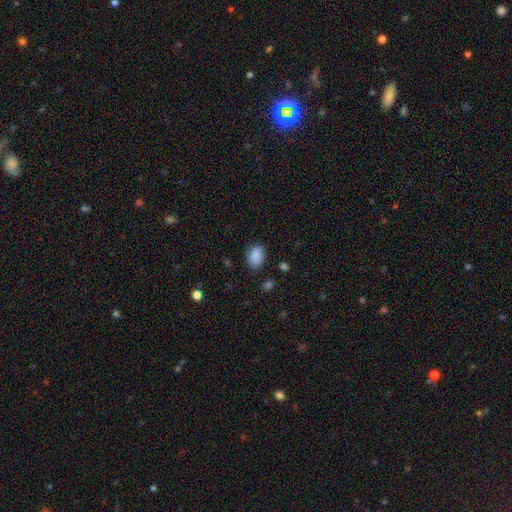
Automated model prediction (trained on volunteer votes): Smooth or featured: smooth — 88% (star or artifact — 8%)
How rounded: in between — 82% (round — 17%)
Merging: none — 78% (minor disturbance — 16%)